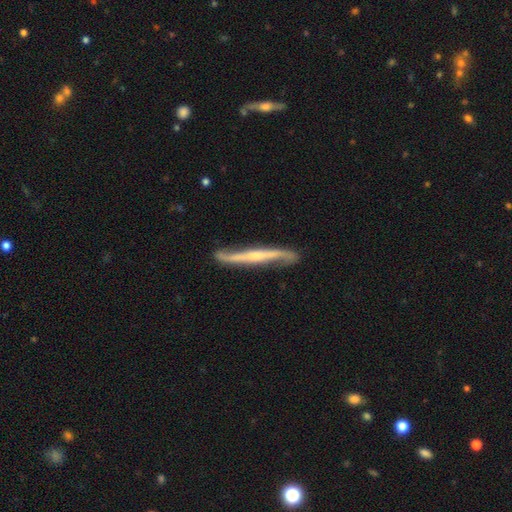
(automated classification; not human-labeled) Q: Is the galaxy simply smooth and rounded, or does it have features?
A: featured or disk — 79%.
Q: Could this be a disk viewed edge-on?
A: yes — 72%.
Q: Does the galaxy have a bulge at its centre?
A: rounded — 52%.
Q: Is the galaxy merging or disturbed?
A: none — 77%.